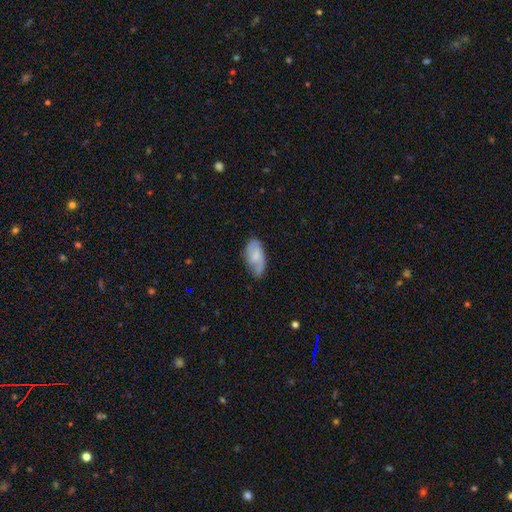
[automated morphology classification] Overall: featured or disk (61%; smooth 32%). Edge-on disk: no (96%). Bar: no (50%; weak 42%). Spiral arms: yes (91%). Spiral arm count: 2 (74%). Spiral winding: medium (47%; loose 28%). Bulge size: small (36%; none 35%). Merging: none (67%).